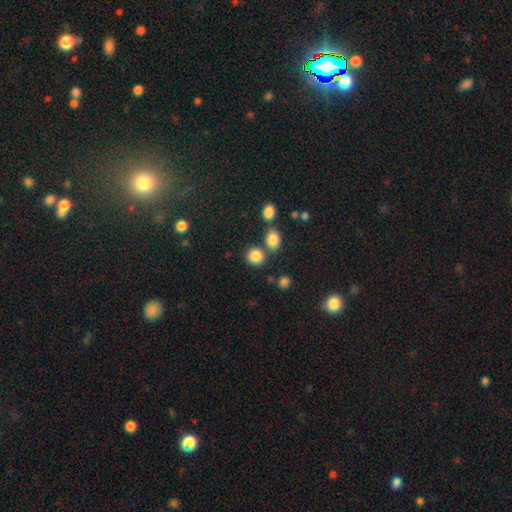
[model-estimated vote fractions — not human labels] smooth 84%, star or artifact 11%, featured or disk 5%. Down the decision tree: how rounded — round (80%); merging — none (71%).